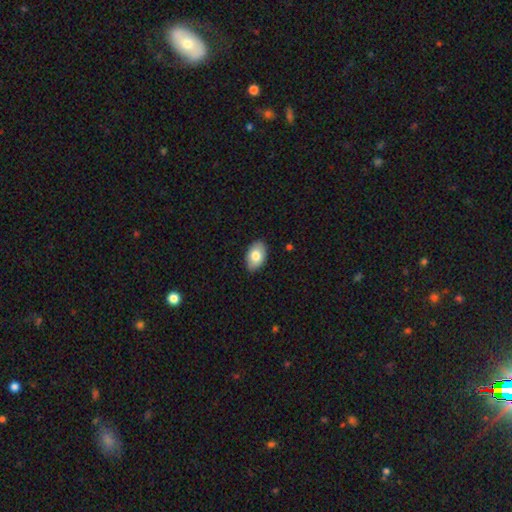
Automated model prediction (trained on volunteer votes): A smooth galaxy with no disk features (78%) that is in between round and cigar-shaped (91%). Merging: none (87%).